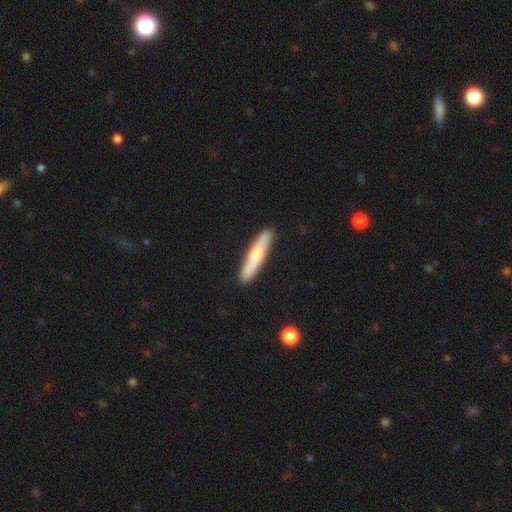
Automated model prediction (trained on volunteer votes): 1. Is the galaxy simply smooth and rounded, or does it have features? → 62% smooth, 33% featured or disk, 5% star or artifact.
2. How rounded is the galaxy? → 91% cigar-shaped, 8% in between, 1% round.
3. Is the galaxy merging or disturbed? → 88% none, 9% minor disturbance, 2% major disturbance, 2% merger.